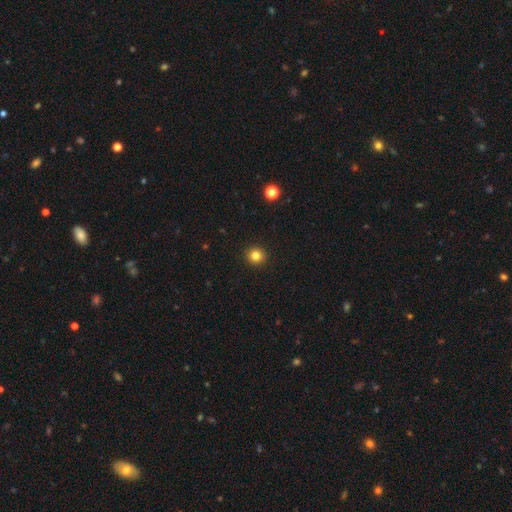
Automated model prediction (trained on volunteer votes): The model was most divided on "smooth or featured": smooth: 83%, star or artifact: 12%, featured or disk: 5%. More confident: merging — none (93%); how rounded — round (92%).